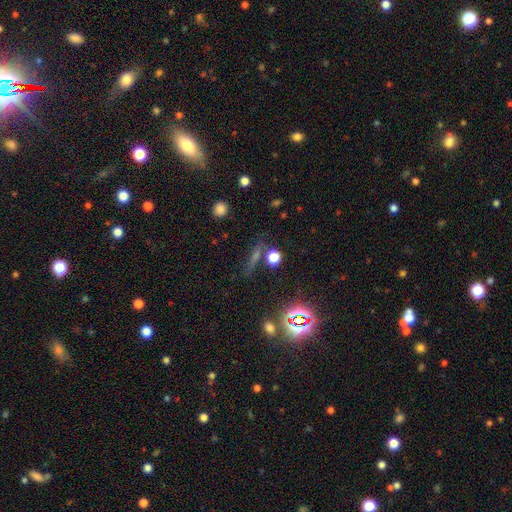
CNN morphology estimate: Q: Smooth or featured?
A: star or artifact (46%); runner-up: smooth (30%)